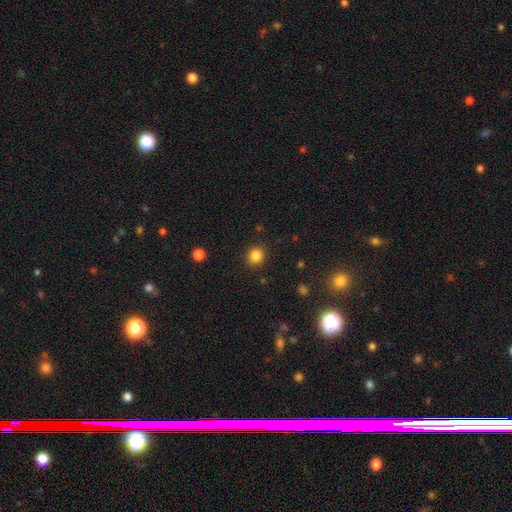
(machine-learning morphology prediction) type=smooth (85%); roundness=round (81%); merging=none (90%).